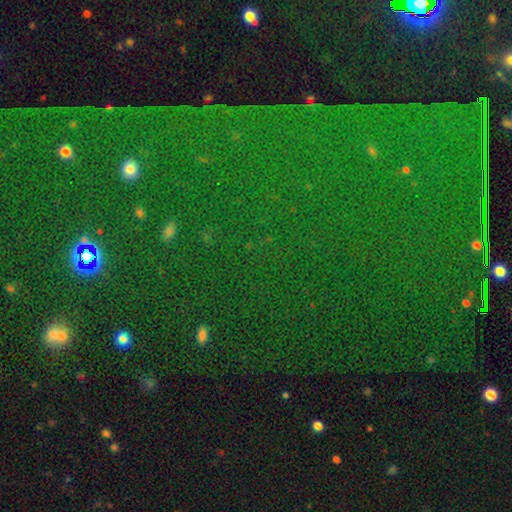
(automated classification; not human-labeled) A star or artifact, not a galaxy (78%).

Vote fractions:
- Smooth or featured? star or artifact: 78% / smooth: 14% / featured or disk: 8%